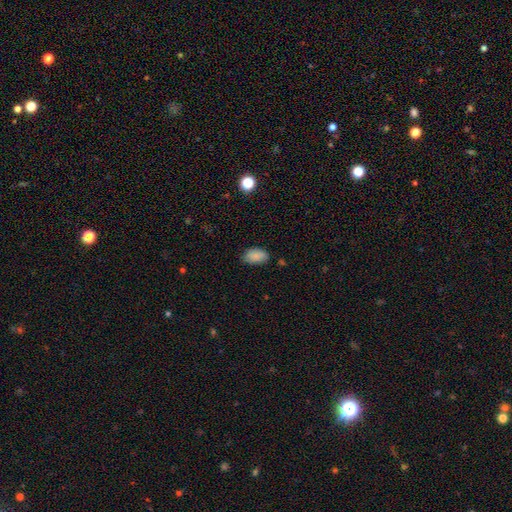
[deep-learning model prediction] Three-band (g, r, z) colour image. It shows a smooth galaxy with no disk features (87%) that is in between round and cigar-shaped (92%). Merging: none (78%).